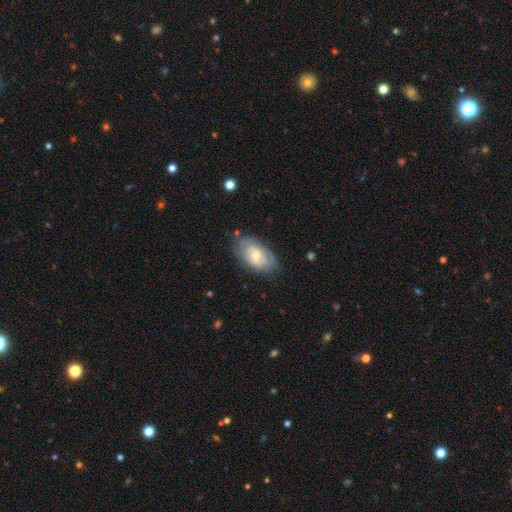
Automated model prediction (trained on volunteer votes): This is possibly a featured or disk galaxy (48%). Merging: likely none (68%).